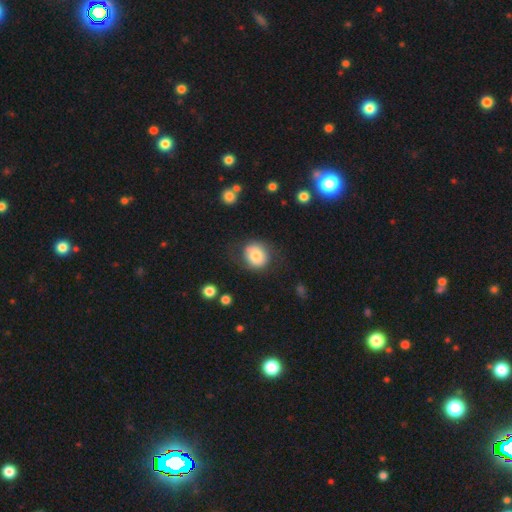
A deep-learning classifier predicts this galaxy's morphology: smooth 76%, featured or disk 16%, star or artifact 8%. Down the decision tree: how rounded — round (72%); merging — none (72%).